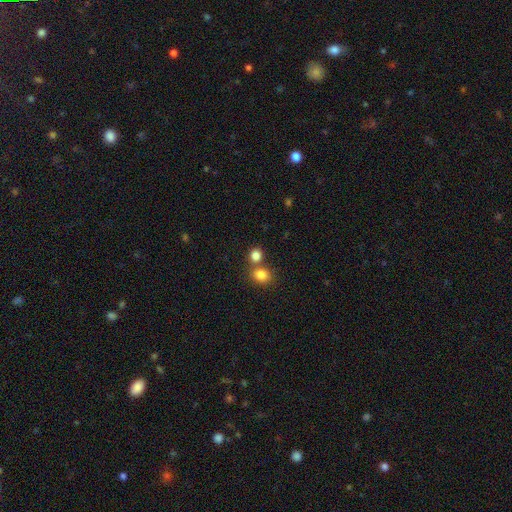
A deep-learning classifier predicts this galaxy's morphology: Smooth or featured: smooth — 83% (star or artifact — 12%)
How rounded: round — 74% (in between — 25%)
Merging: none — 57% (merger — 33%)